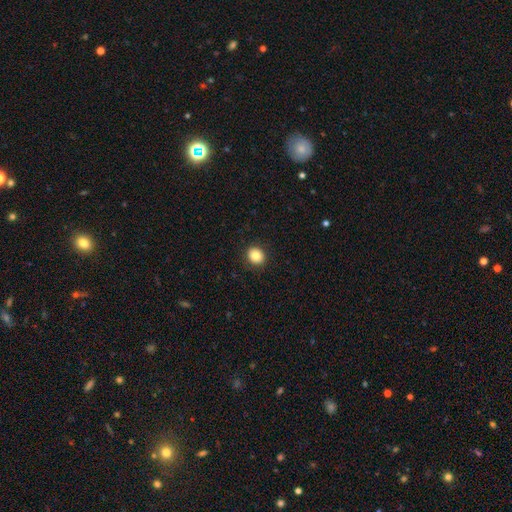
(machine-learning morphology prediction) This is clearly a smooth galaxy (83%). How rounded: likely round (74%). Merging: clearly none (91%).